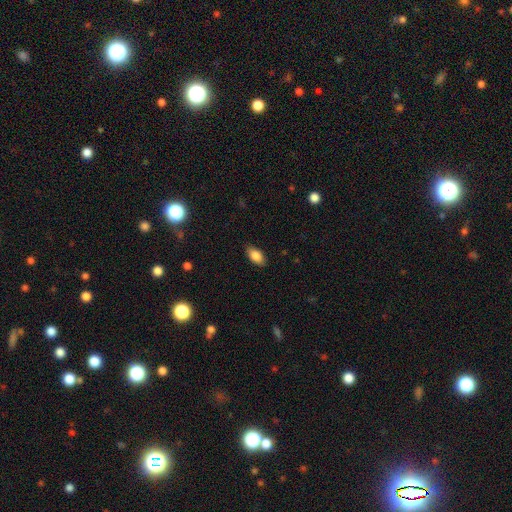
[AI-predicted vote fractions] A smooth galaxy with no disk features (86%) that is in between round and cigar-shaped (92%).

Vote fractions:
- Smooth or featured? smooth: 86% / star or artifact: 7% / featured or disk: 7%
- How rounded? in between: 92% / round: 4% / cigar-shaped: 4%
- Merging? none: 86% / minor disturbance: 10% / major disturbance: 2% / merger: 1%